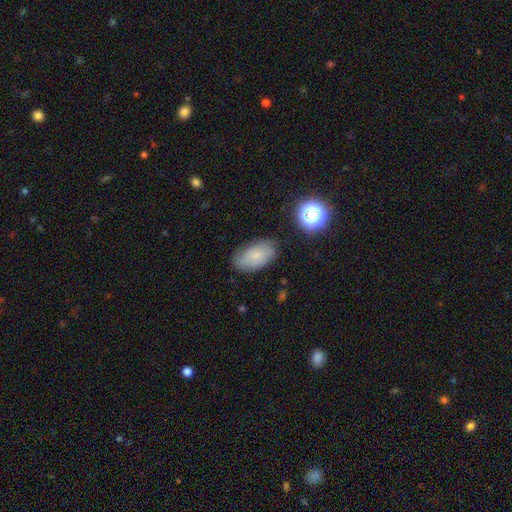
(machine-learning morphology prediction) A smooth galaxy with no disk features (67%) that is in between round and cigar-shaped (91%).

Vote fractions:
- Smooth or featured? smooth: 67% / featured or disk: 22% / star or artifact: 10%
- How rounded? in between: 91% / round: 7% / cigar-shaped: 2%
- Merging? none: 73% / minor disturbance: 20% / major disturbance: 5% / merger: 2%